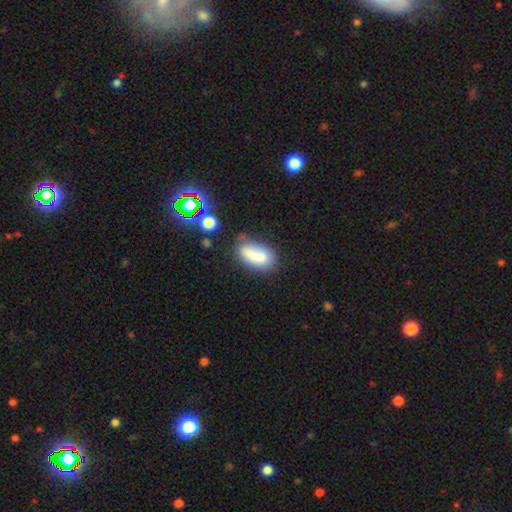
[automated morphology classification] Overall: smooth (78%). How rounded: in between (89%). Merging: none (54%; minor disturbance 25%).